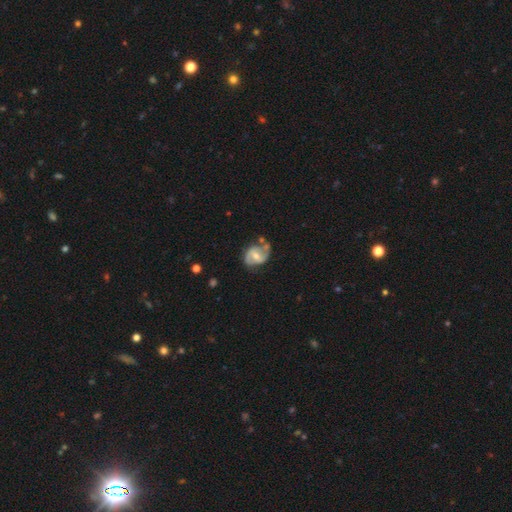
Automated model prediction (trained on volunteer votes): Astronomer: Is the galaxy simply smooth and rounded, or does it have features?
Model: featured or disk — 74%.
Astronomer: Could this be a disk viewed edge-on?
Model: no — 97%.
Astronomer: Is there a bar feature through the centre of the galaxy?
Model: weak — 47% (runner-up: no, 32%).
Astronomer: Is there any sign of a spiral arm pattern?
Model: yes — 87%.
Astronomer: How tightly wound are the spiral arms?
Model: medium — 49% (runner-up: loose, 27%).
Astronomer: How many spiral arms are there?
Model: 2 — 85%.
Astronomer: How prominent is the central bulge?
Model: moderate — 60%.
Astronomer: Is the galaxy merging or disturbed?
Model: none — 56%.